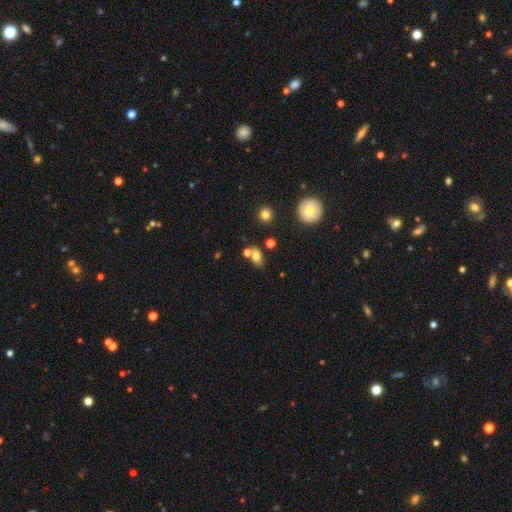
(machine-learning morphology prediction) smooth_or_featured: smooth (p=0.73) [alt: featured or disk p=0.13]
how_rounded: in between (p=0.75) [alt: round p=0.22]
merging: none (p=0.53) [alt: merger p=0.30]